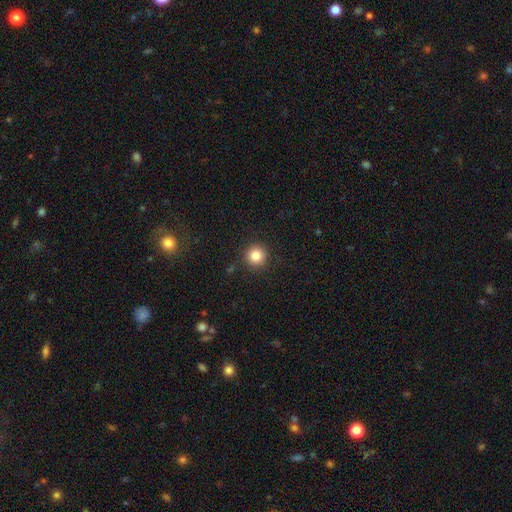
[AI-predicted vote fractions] smooth_or_featured: smooth (p=0.84) [alt: star or artifact p=0.11]
how_rounded: round (p=0.95) [alt: in between p=0.04]
merging: none (p=0.90) [alt: minor disturbance p=0.06]